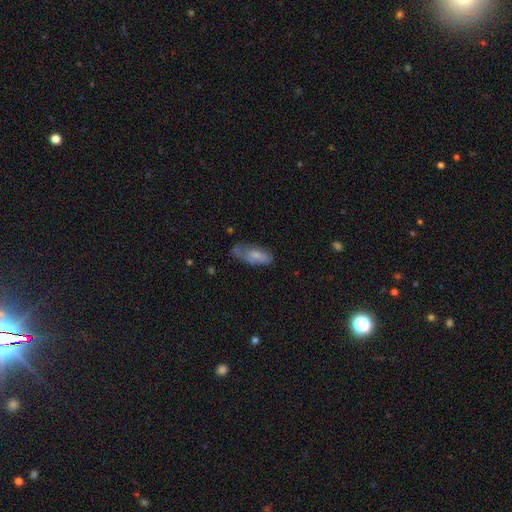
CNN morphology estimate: Smooth or featured?
  - smooth: 66% *
  - featured or disk: 27%
  - star or artifact: 8%
How rounded?
  - in between: 78% *
  - cigar-shaped: 20%
  - round: 2%
Merging?
  - none: 43% *
  - minor disturbance: 33%
  - major disturbance: 20%
  - merger: 4%